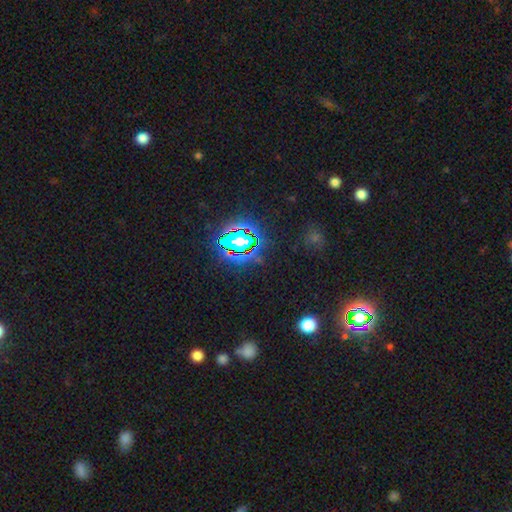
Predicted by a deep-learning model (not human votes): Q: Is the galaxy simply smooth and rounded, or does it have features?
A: star or artifact — 80%.